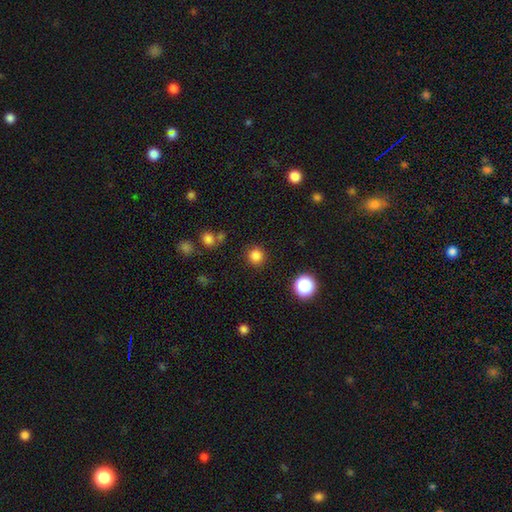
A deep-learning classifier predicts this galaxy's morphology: Smooth or featured?
  - smooth: 82% *
  - star or artifact: 14%
  - featured or disk: 4%
How rounded?
  - round: 94% *
  - in between: 5%
  - cigar-shaped: 1%
Merging?
  - none: 88% *
  - minor disturbance: 7%
  - major disturbance: 3%
  - merger: 2%